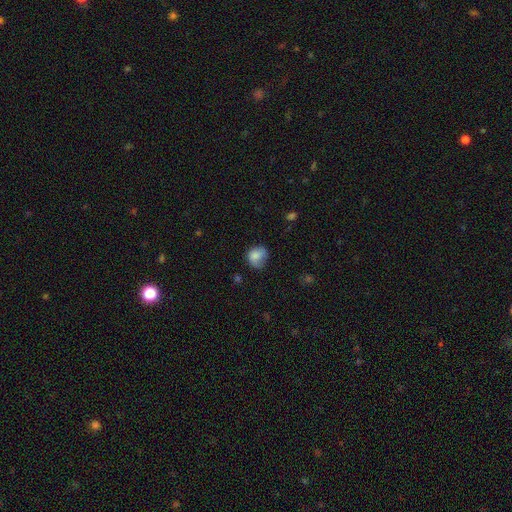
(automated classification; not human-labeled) Morphology: type=smooth (80%); roundness=round (69%); merging=none (50%).